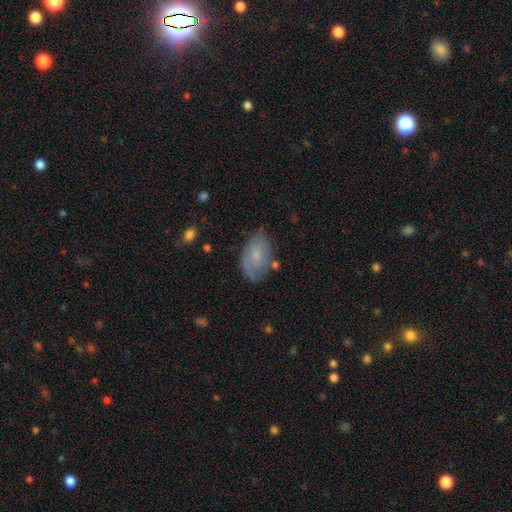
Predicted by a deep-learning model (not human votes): Smooth or featured?
  - smooth: 57% *
  - featured or disk: 35%
  - star or artifact: 8%
How rounded?
  - in between: 91% *
  - round: 7%
  - cigar-shaped: 2%
Merging?
  - none: 61% *
  - minor disturbance: 28%
  - major disturbance: 8%
  - merger: 3%